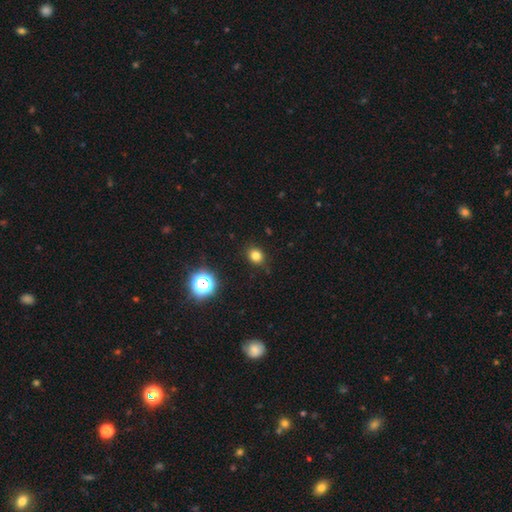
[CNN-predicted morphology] Smooth or featured?
  - smooth: 79% *
  - star or artifact: 16%
  - featured or disk: 5%
How rounded?
  - round: 65% *
  - in between: 34%
  - cigar-shaped: 1%
Merging?
  - none: 87% *
  - minor disturbance: 9%
  - major disturbance: 2%
  - merger: 1%